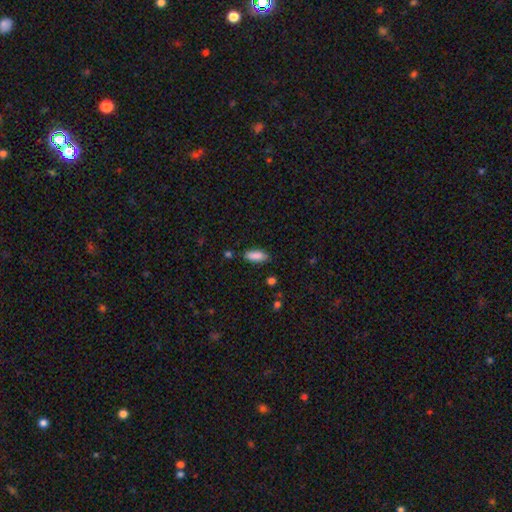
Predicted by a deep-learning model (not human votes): smooth_or_featured: smooth (p=0.88) [alt: star or artifact p=0.07]
how_rounded: in between (p=0.74) [alt: cigar-shaped p=0.24]
merging: none (p=0.82) [alt: minor disturbance p=0.13]